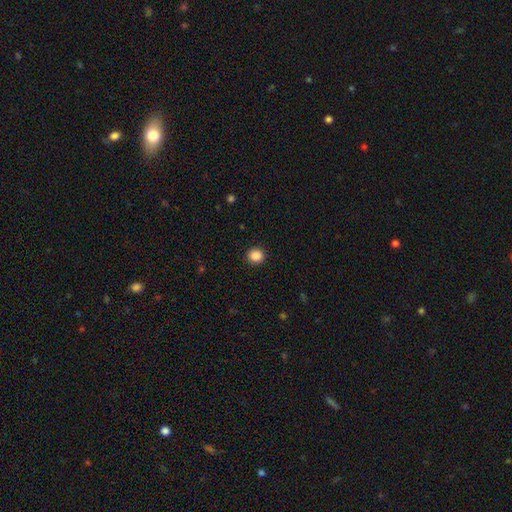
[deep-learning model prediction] Morphology: type=smooth (87%); roundness=round (85%); merging=none (92%).